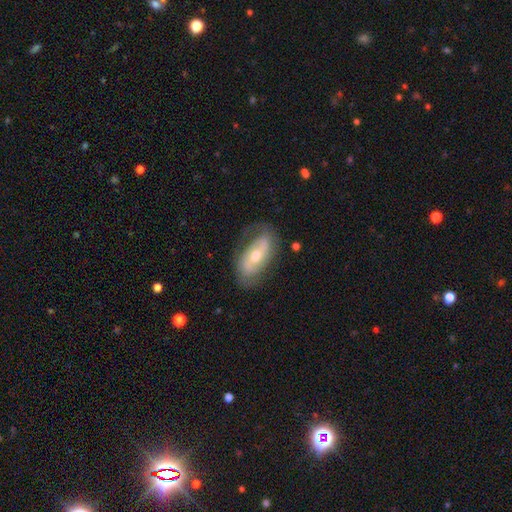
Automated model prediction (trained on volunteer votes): Smooth or featured: featured or disk — 63% (smooth — 31%)
Edge-on disk: no — 89% (yes — 11%)
Bar: no — 45% (weak — 31%)
Spiral arms: yes — 67% (no — 33%)
Bulge size: moderate — 61% (small — 33%)
Merging: none — 68% (minor disturbance — 20%)